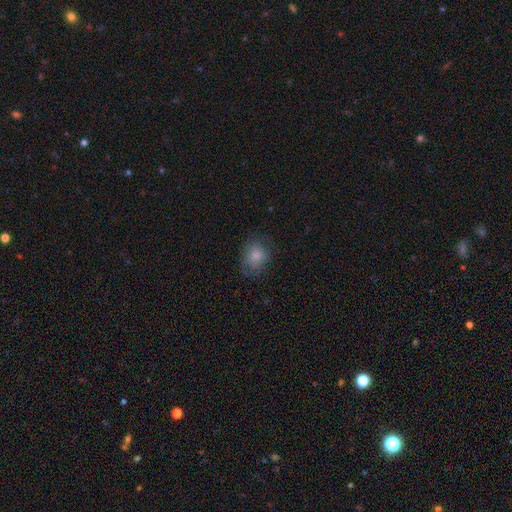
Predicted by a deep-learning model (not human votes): Smooth or featured? Predicted: smooth (p=0.79). How rounded? Predicted: round (p=0.55). Merging? Predicted: none (p=0.67).